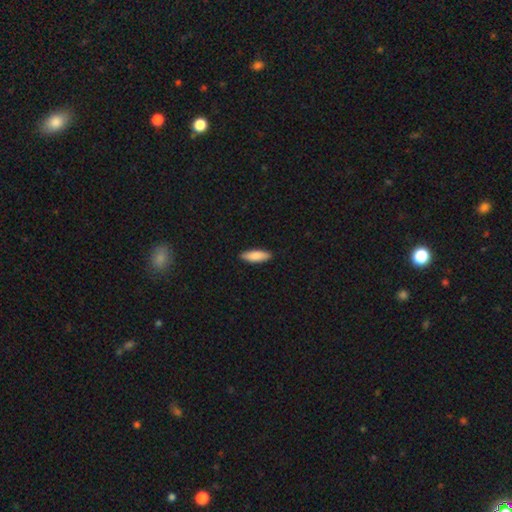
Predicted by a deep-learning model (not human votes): Smooth or featured? smooth (87%)
How rounded? in between (56%)
Merging? none (90%)